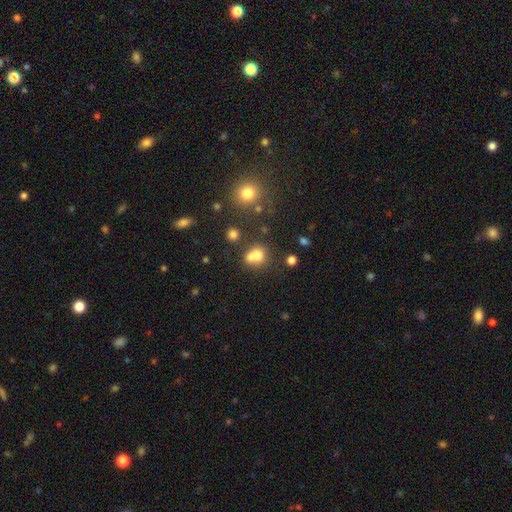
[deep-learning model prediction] Smooth or featured? Predicted: smooth (p=0.70). How rounded? Predicted: round (p=0.71). Merging? Predicted: merger (p=0.55).